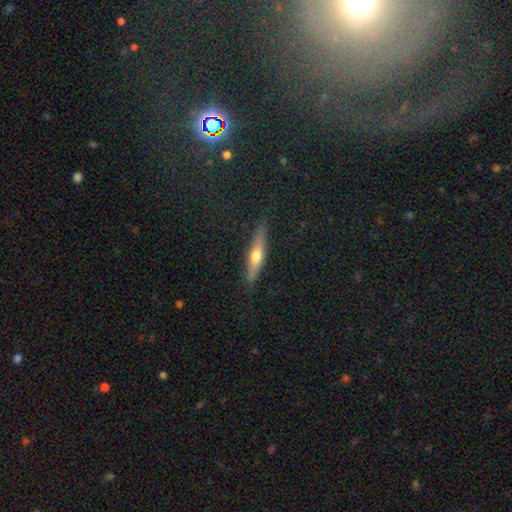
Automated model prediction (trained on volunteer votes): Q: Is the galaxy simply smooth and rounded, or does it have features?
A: featured or disk — 49%.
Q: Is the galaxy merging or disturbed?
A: none — 87%.